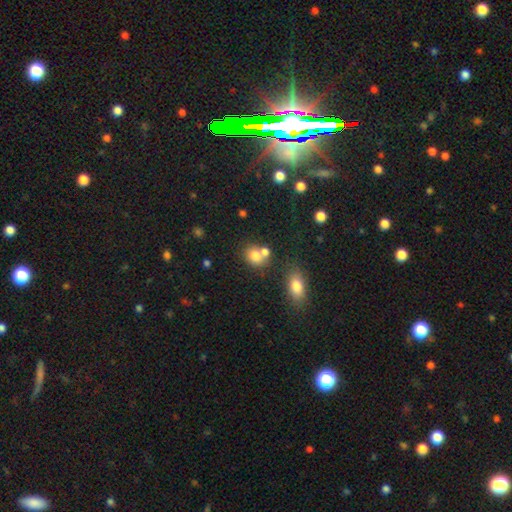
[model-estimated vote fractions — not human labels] Smooth or featured? Predicted: smooth (p=0.78). How rounded? Predicted: round (p=0.57). Merging? Predicted: none (p=0.47).